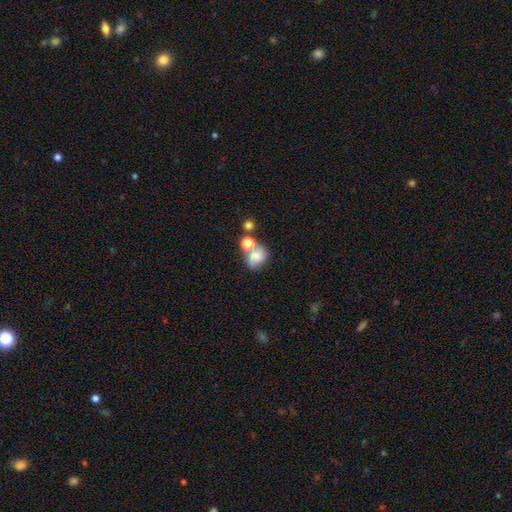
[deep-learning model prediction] Smooth or featured: smooth — 71% (featured or disk — 18%)
How rounded: round — 51% (in between — 48%)
Merging: merger — 41% (none — 36%)